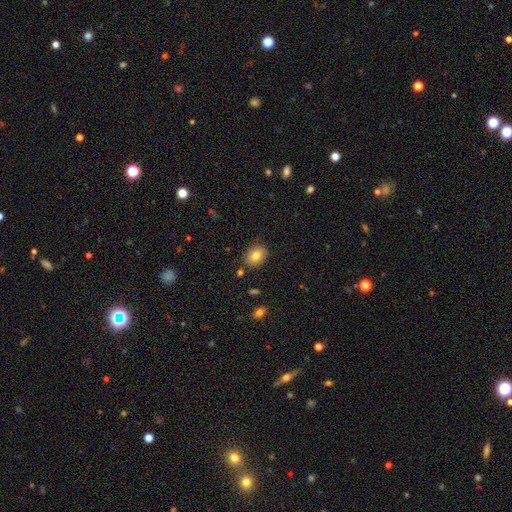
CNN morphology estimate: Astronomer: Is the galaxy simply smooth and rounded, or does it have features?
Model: smooth — 80%.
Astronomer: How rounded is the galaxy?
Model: in between — 64%.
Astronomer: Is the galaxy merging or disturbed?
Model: none — 83%.